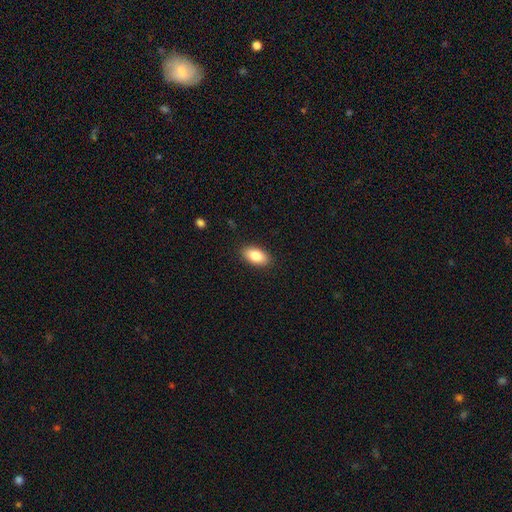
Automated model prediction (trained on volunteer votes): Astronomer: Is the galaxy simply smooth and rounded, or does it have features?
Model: smooth — 85%.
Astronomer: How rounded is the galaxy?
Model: in between — 93%.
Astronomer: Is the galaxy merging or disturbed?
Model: none — 89%.